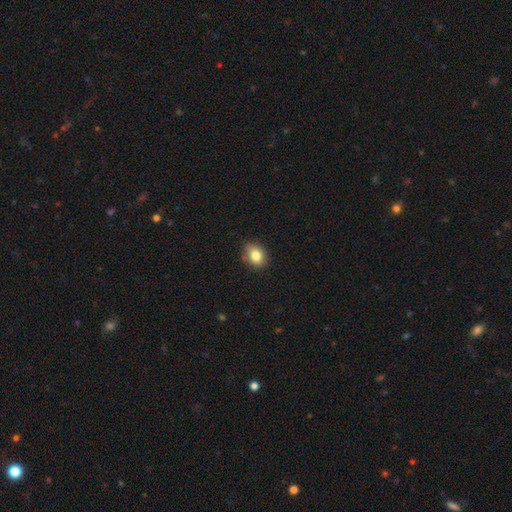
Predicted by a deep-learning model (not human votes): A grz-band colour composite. It shows a smooth galaxy with no disk features (82%) that is in between round and cigar-shaped (60%). Merging: none (77%).